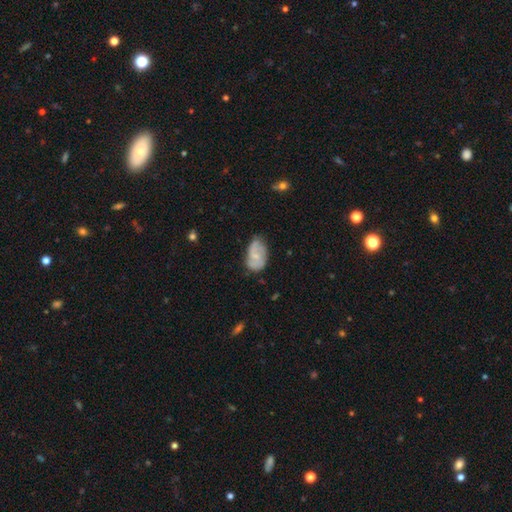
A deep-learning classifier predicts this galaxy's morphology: Smooth or featured?
  - featured or disk: 50% *
  - smooth: 43%
  - star or artifact: 7%
Merging?
  - none: 52% *
  - minor disturbance: 35%
  - major disturbance: 10%
  - merger: 3%